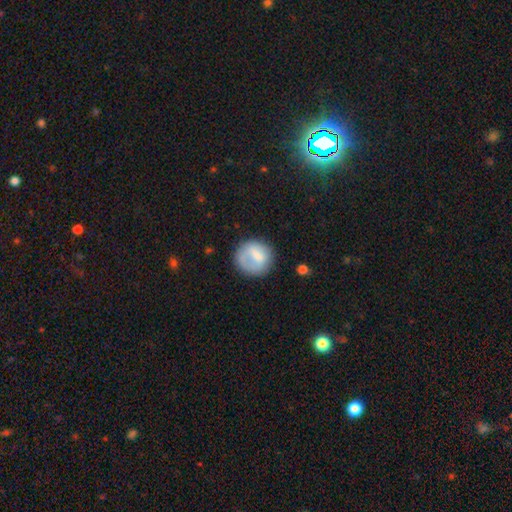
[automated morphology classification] Q: Smooth or featured?
A: smooth (70%); runner-up: featured or disk (23%)
Q: How rounded?
A: round (85%); runner-up: in between (14%)
Q: Merging?
A: none (63%); runner-up: minor disturbance (21%)